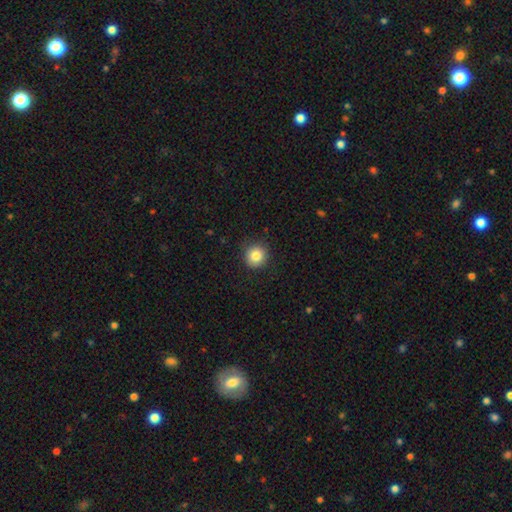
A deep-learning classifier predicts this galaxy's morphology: A smooth galaxy with no disk features (83%) that is round (93%).

Vote fractions:
- Smooth or featured? smooth: 83% / star or artifact: 10% / featured or disk: 6%
- How rounded? round: 93% / in between: 6% / cigar-shaped: 1%
- Merging? none: 89% / minor disturbance: 8% / major disturbance: 2% / merger: 1%